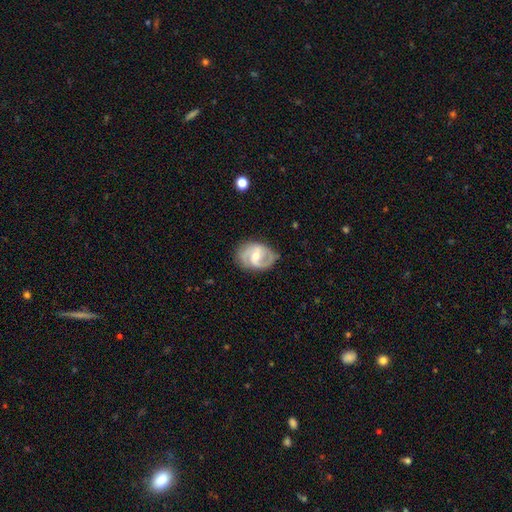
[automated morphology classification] The model was most divided on "bulge size": moderate: 52%, small: 43%, large: 2%, none: 1%, dominant: 1%. More confident: edge-on disk — no (97%); spiral arms — yes (92%); spiral arm count — 2 (82%); smooth or featured — featured or disk (81%); merging — none (74%); bar — weak (51%); spiral winding — medium (50%).